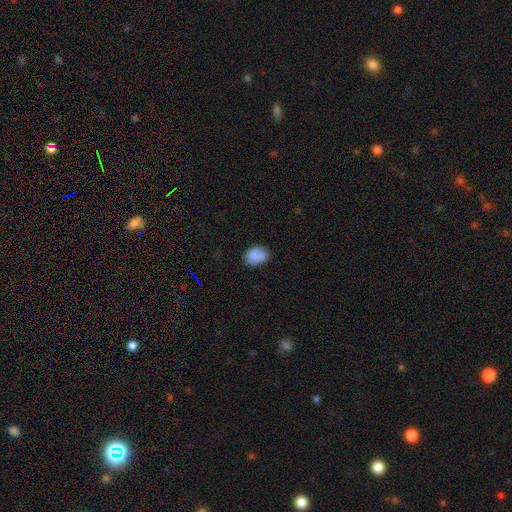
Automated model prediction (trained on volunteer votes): A smooth galaxy with no disk features (85%) that is in between round and cigar-shaped (62%).

Vote fractions:
- Smooth or featured? smooth: 85% / star or artifact: 9% / featured or disk: 6%
- How rounded? in between: 62% / round: 37% / cigar-shaped: 1%
- Merging? none: 74% / minor disturbance: 19% / major disturbance: 4% / merger: 3%